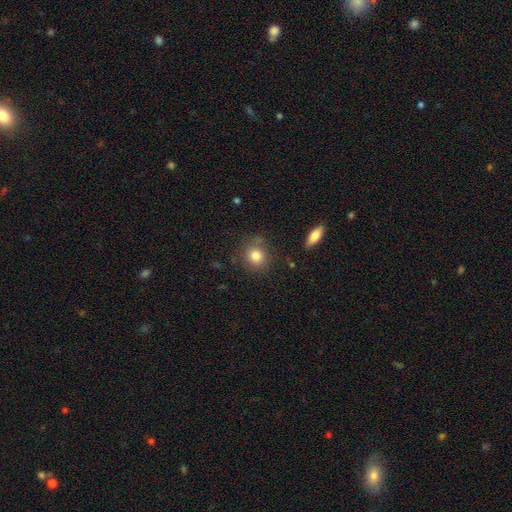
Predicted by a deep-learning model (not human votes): Smooth or featured? smooth (83%)
How rounded? round (83%)
Merging? none (78%)